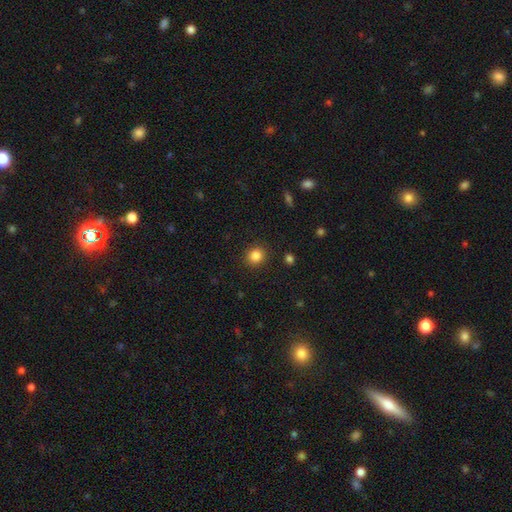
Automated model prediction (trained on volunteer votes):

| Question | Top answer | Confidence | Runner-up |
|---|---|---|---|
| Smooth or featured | smooth | 85% | star or artifact (11%) |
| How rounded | round | 84% | in between (15%) |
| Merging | none | 90% | minor disturbance (6%) |